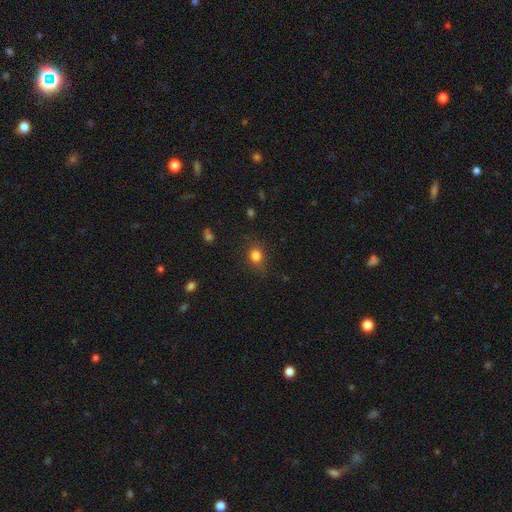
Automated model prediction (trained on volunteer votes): This is clearly a smooth galaxy (81%). How rounded: likely round (65%). Merging: likely none (76%).